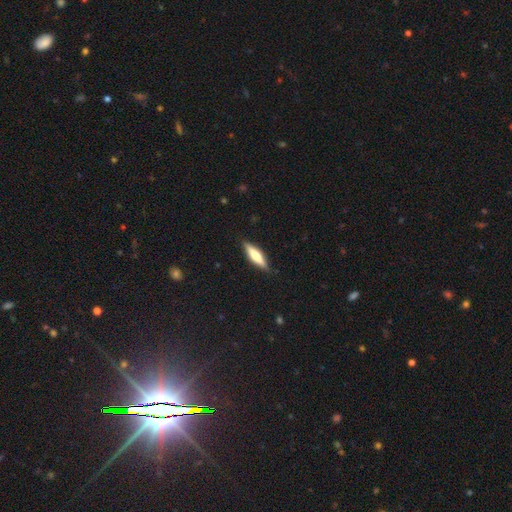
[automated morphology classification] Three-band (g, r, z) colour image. It shows a smooth galaxy with no disk features (52%) that is cigar-shaped (69%). Merging: none (88%).